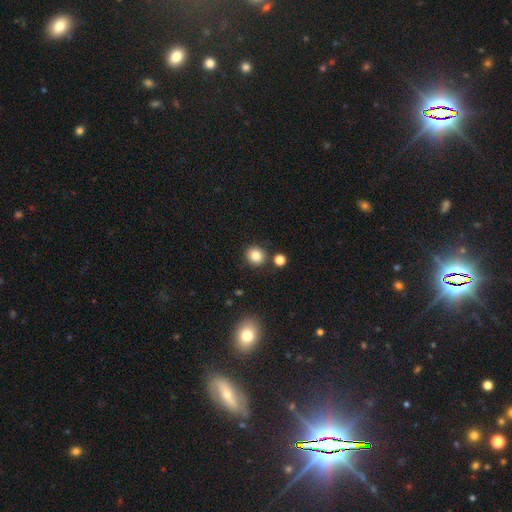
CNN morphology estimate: A smooth galaxy with no disk features (83%) that is round (89%).

Vote fractions:
- Smooth or featured? smooth: 83% / star or artifact: 11% / featured or disk: 6%
- How rounded? round: 89% / in between: 11% / cigar-shaped: 1%
- Merging? none: 84% / minor disturbance: 7% / merger: 6% / major disturbance: 2%